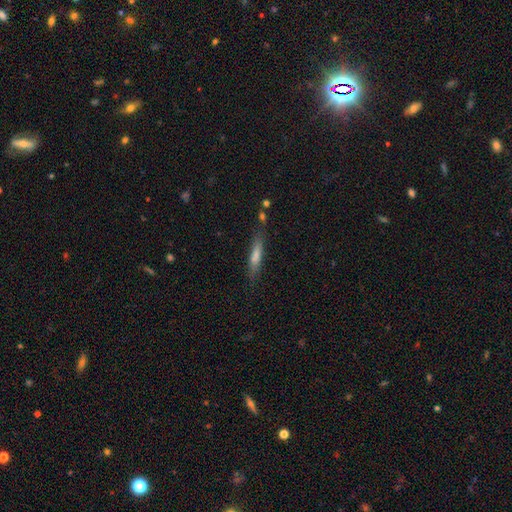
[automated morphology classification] smooth_or_featured: smooth (p=0.57) [alt: featured or disk p=0.34]
how_rounded: cigar-shaped (p=0.90) [alt: in between p=0.08]
merging: none (p=0.80) [alt: minor disturbance p=0.13]